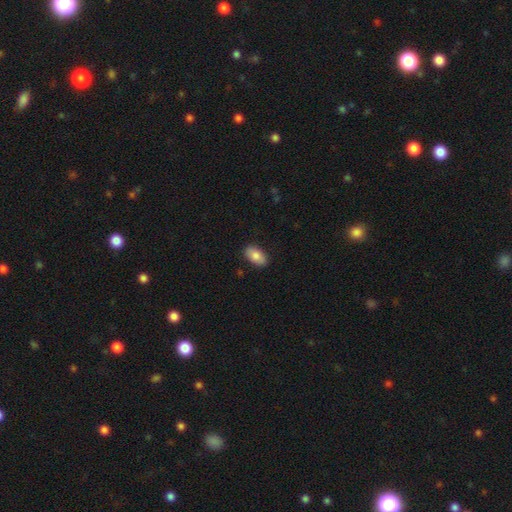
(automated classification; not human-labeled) Smooth or featured: smooth — 84% (featured or disk — 9%)
How rounded: in between — 94% (round — 4%)
Merging: none — 88% (minor disturbance — 9%)